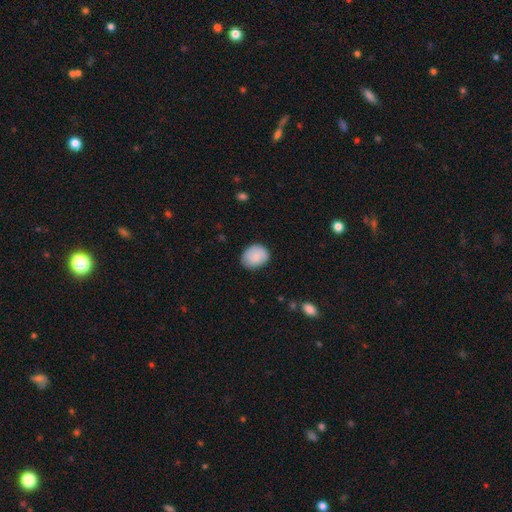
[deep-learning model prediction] Smooth or featured?
  - smooth: 81% *
  - featured or disk: 13%
  - star or artifact: 7%
How rounded?
  - round: 52% *
  - in between: 47%
  - cigar-shaped: 1%
Merging?
  - none: 78% *
  - minor disturbance: 17%
  - major disturbance: 3%
  - merger: 1%